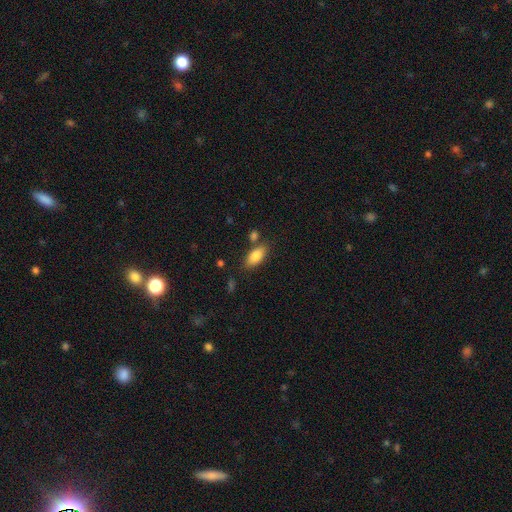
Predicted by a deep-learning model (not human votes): Smooth or featured? Predicted: smooth (p=0.83). How rounded? Predicted: in between (p=0.87). Merging? Predicted: none (p=0.75).